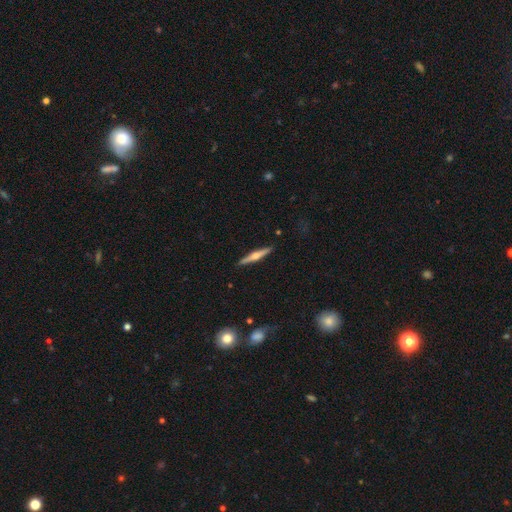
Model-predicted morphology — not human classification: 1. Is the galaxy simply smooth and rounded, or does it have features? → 67% featured or disk, 28% smooth, 6% star or artifact.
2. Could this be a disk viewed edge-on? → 98% yes, 2% no.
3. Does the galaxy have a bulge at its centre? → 89% rounded, 6% boxy, 4% none.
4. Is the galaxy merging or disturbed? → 90% none, 7% minor disturbance, 2% major disturbance, 1% merger.